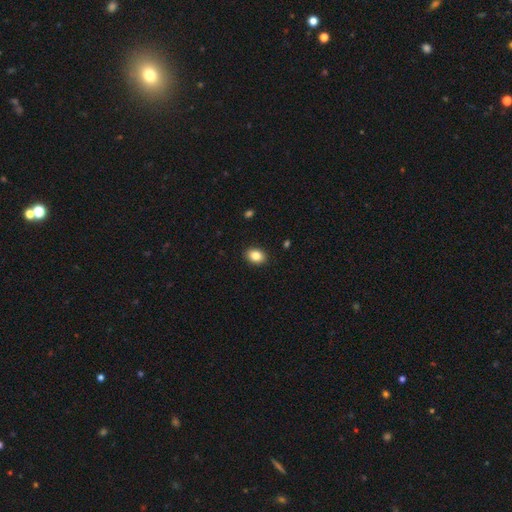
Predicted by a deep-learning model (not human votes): This appears to be a smooth galaxy with no disk features (85%) that is in between round and cigar-shaped (69%). Merging: none (90%).